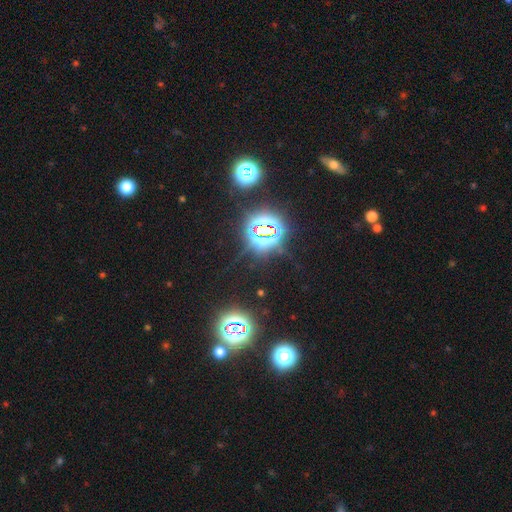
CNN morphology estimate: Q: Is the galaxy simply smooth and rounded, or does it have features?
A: star or artifact — 78%.